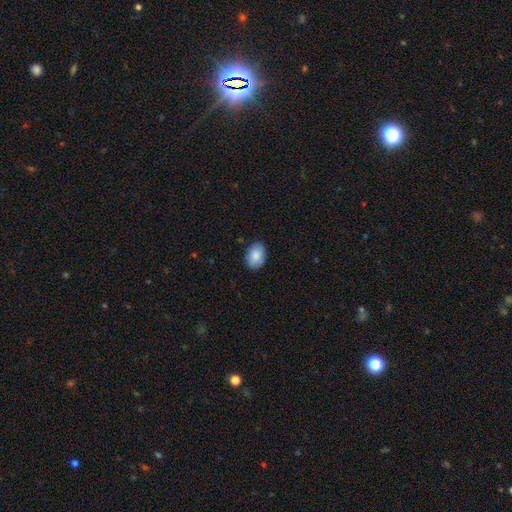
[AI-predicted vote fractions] A smooth galaxy with no disk features (85%) that is in between round and cigar-shaped (81%).

Vote fractions:
- Smooth or featured? smooth: 85% / featured or disk: 8% / star or artifact: 7%
- How rounded? in between: 81% / round: 18% / cigar-shaped: 1%
- Merging? none: 85% / minor disturbance: 12% / major disturbance: 2% / merger: 1%